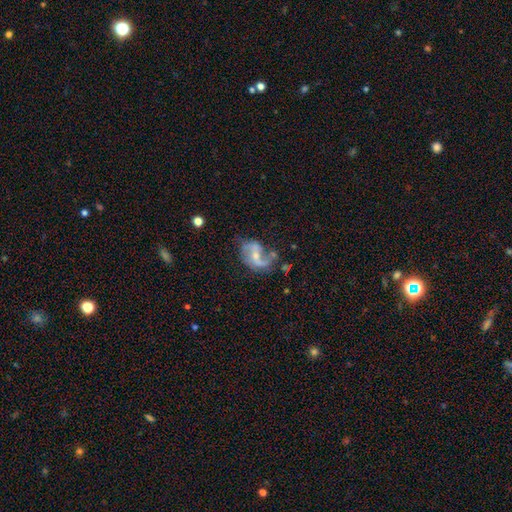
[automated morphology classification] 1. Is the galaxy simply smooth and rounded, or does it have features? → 83% featured or disk, 11% smooth, 7% star or artifact.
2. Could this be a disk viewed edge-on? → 98% no, 2% yes.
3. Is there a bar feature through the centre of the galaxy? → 45% weak, 36% no, 18% strong.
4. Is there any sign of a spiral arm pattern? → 92% yes, 8% no.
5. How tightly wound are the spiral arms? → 61% loose, 32% medium, 7% tight.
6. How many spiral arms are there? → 83% 2, 8% 1, 5% can't tell, 2% 3, 1% 4, 1% more than 4.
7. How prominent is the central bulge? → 53% small, 37% moderate, 7% none, 2% large, 1% dominant.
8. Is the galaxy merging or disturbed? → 48% none, 24% minor disturbance, 21% major disturbance, 7% merger.